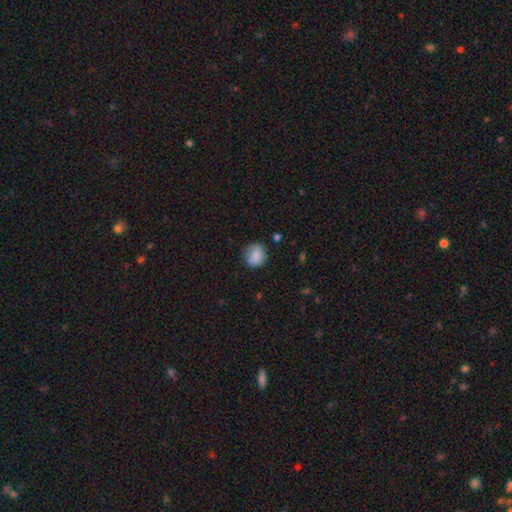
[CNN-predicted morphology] type=smooth (84%); roundness=round (81%); merging=none (76%).